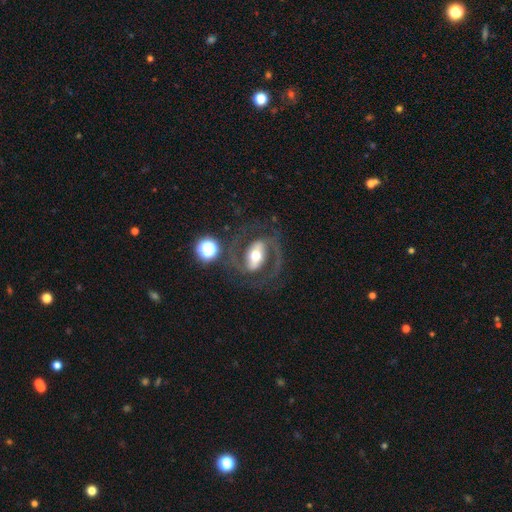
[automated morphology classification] Smooth or featured? Predicted: featured or disk (p=0.83). Edge-on disk? Predicted: no (p=0.96). Bar? Predicted: strong (p=0.58). Spiral arms? Predicted: yes (p=0.89). Spiral winding? Predicted: medium (p=0.58). Spiral arm count? Predicted: 2 (p=0.90). Bulge size? Predicted: moderate (p=0.66). Merging? Predicted: none (p=0.72).